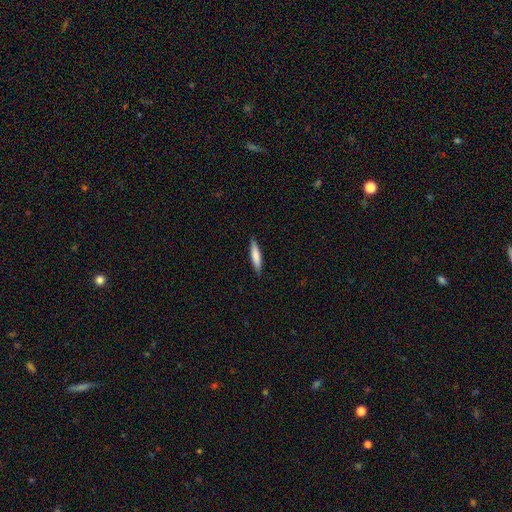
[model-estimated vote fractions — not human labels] This is likely a smooth galaxy (79%). How rounded: clearly cigar-shaped (83%). Merging: clearly none (88%).